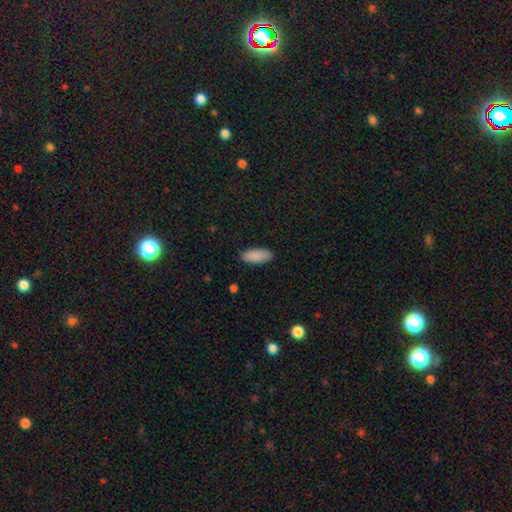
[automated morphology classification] Smooth or featured? Predicted: smooth (p=0.90). How rounded? Predicted: in between (p=0.86). Merging? Predicted: none (p=0.86).